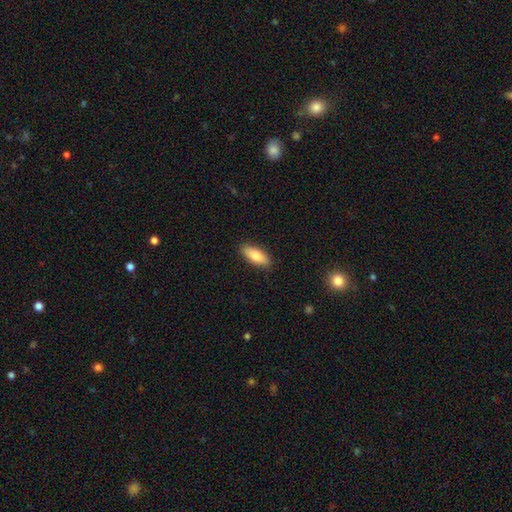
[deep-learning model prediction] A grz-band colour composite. It shows a smooth galaxy with no disk features (83%) that is in between round and cigar-shaped (76%). Merging: none (88%).